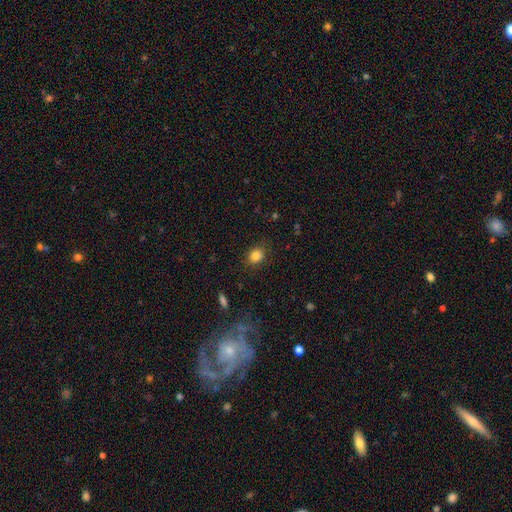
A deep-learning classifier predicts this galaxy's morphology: Smooth or featured? Predicted: smooth (p=0.84). How rounded? Predicted: round (p=0.57). Merging? Predicted: none (p=0.83).